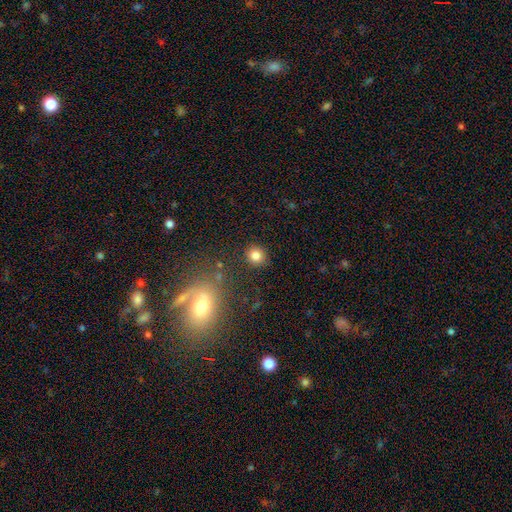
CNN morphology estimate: Overall: smooth (82%). How rounded: round (87%). Merging: none (87%).